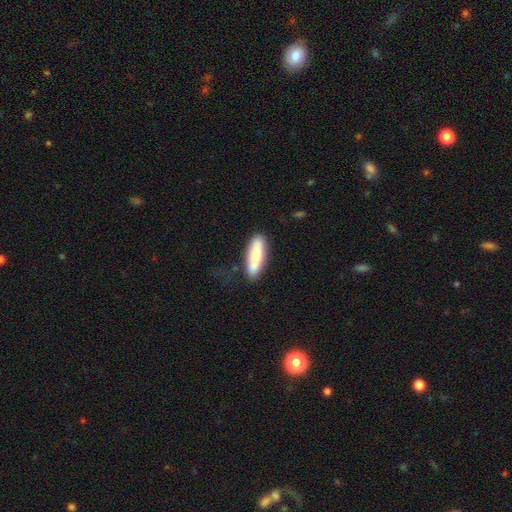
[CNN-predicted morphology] A smooth galaxy with no disk features (79%) that is cigar-shaped (56%).

Vote fractions:
- Smooth or featured? smooth: 79% / featured or disk: 15% / star or artifact: 6%
- How rounded? cigar-shaped: 56% / in between: 43% / round: 2%
- Merging? none: 67% / minor disturbance: 21% / merger: 7% / major disturbance: 6%